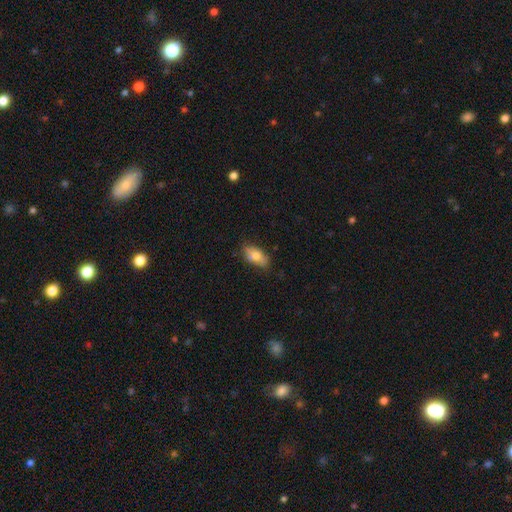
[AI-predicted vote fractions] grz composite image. It shows a smooth galaxy with no disk features (72%) that is in between round and cigar-shaped (88%). Merging: none (71%).